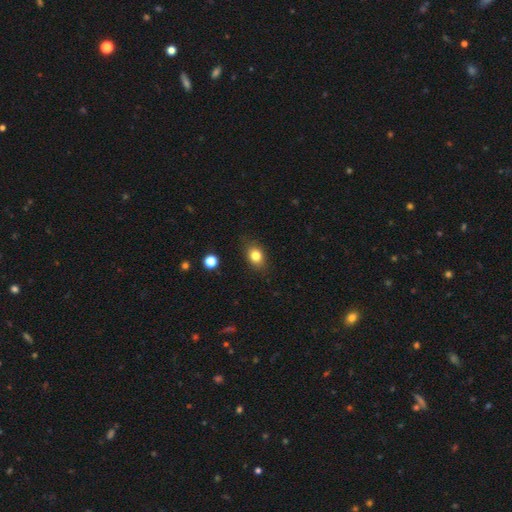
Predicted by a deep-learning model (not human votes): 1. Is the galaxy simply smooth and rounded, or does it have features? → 81% smooth, 11% star or artifact, 8% featured or disk.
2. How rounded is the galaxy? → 62% in between, 36% round, 2% cigar-shaped.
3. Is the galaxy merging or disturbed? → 82% none, 13% minor disturbance, 3% major disturbance, 1% merger.